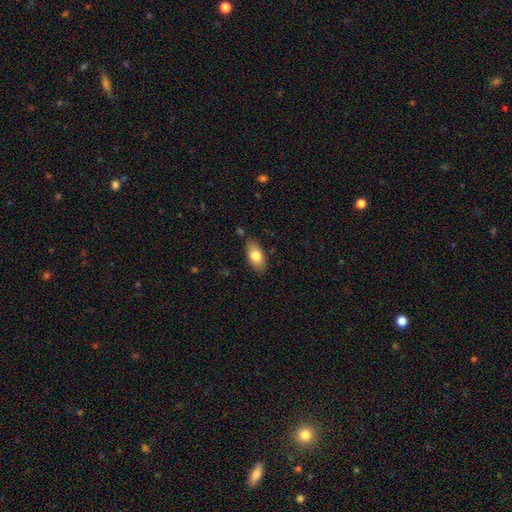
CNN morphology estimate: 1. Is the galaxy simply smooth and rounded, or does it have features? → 77% smooth, 16% featured or disk, 7% star or artifact.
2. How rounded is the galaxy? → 91% in between, 5% cigar-shaped, 4% round.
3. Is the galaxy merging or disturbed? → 82% none, 13% minor disturbance, 3% major disturbance, 2% merger.